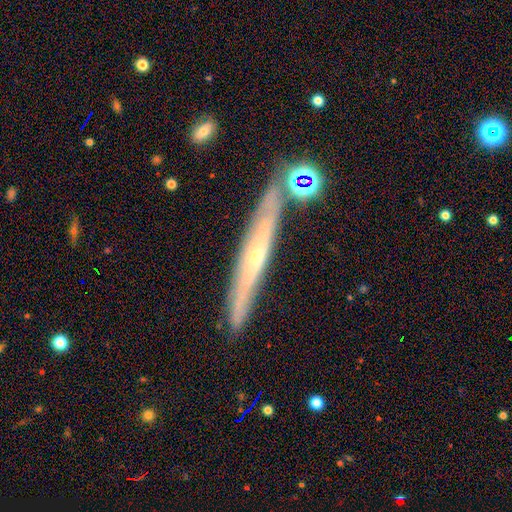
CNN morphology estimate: type=featured or disk (70%); edge-on=yes (85%); edge-on bulge=rounded (58%); merging=none (81%).